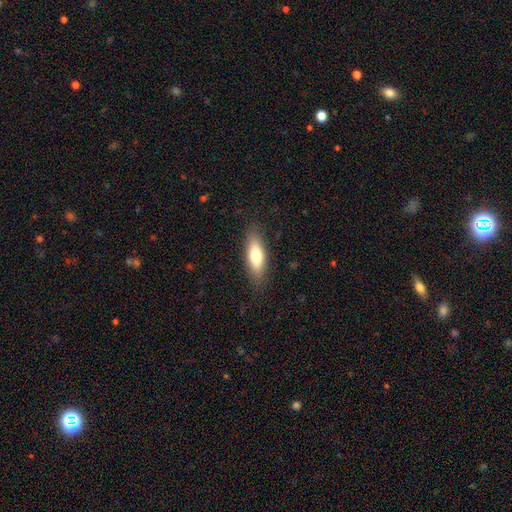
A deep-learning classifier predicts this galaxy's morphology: This is likely a smooth galaxy (72%). How rounded: possibly in between (59%). Merging: clearly none (85%).